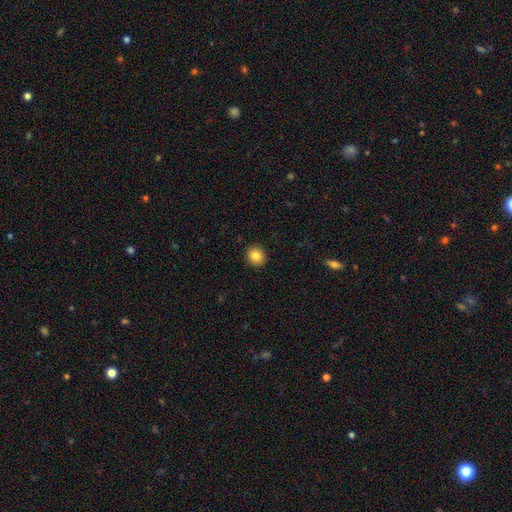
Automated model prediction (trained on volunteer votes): Smooth or featured? smooth (84%)
How rounded? round (84%)
Merging? none (92%)